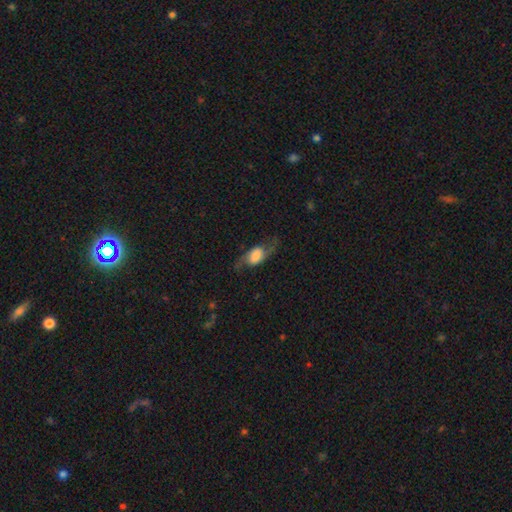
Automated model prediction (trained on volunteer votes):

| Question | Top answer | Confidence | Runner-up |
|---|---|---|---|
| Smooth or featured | featured or disk | 62% | smooth (30%) |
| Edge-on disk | no | 88% | yes (12%) |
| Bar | no | 51% | weak (35%) |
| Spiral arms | yes | 88% | no (12%) |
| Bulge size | large | 40% | moderate (23%) |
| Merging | none | 70% | minor disturbance (17%) |